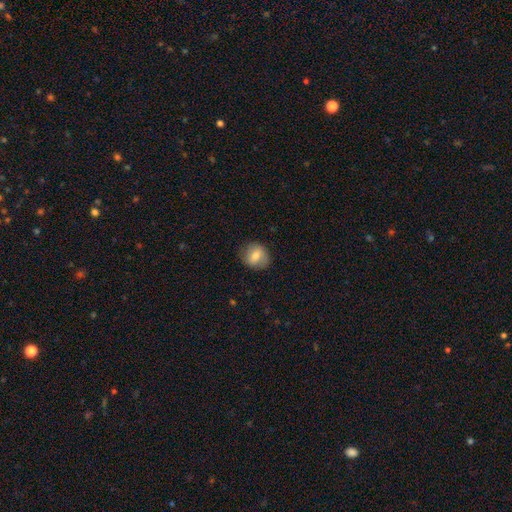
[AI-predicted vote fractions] smooth 71%, featured or disk 21%, star or artifact 8%. Down the decision tree: how rounded — round (74%); merging — none (81%).